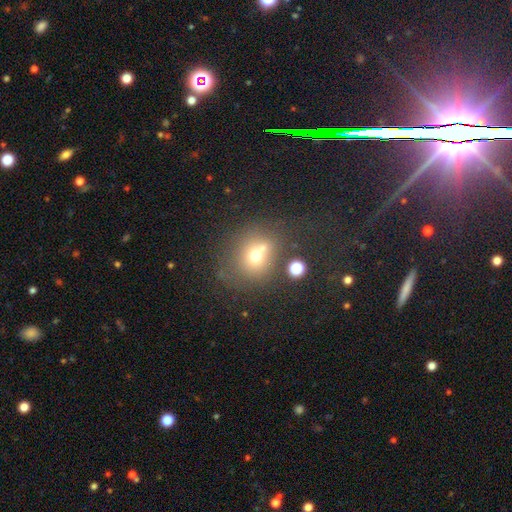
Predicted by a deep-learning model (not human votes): This appears to be a smooth galaxy with no disk features (64%) that is round (78%). Merging: none (47%).